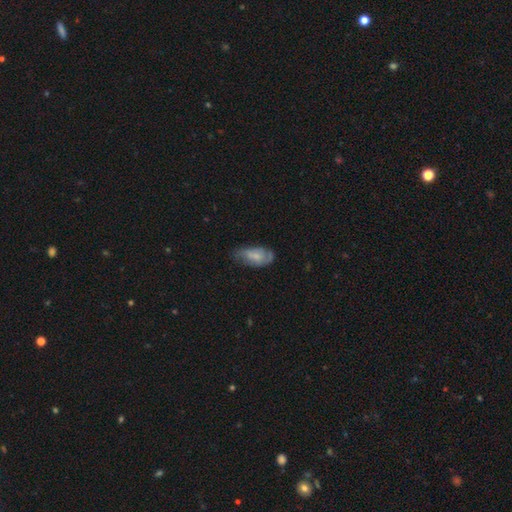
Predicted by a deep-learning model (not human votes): Q: Smooth or featured?
A: smooth (49%); runner-up: featured or disk (44%)
Q: Merging?
A: none (45%); runner-up: minor disturbance (36%)